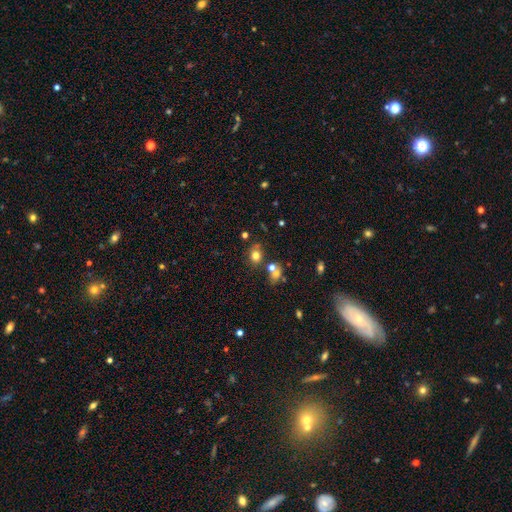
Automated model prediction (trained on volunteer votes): smooth 73%, star or artifact 16%, featured or disk 11%. Down the decision tree: how rounded — round (64%); merging — none (65%).